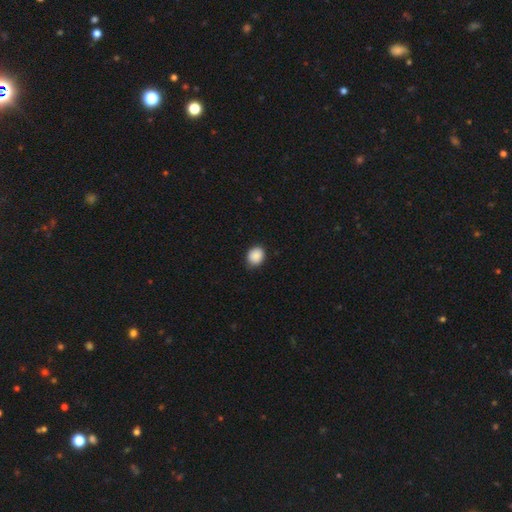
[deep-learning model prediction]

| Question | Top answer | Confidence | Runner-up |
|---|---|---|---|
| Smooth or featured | smooth | 89% | star or artifact (8%) |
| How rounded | round | 62% | in between (37%) |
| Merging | none | 86% | minor disturbance (11%) |